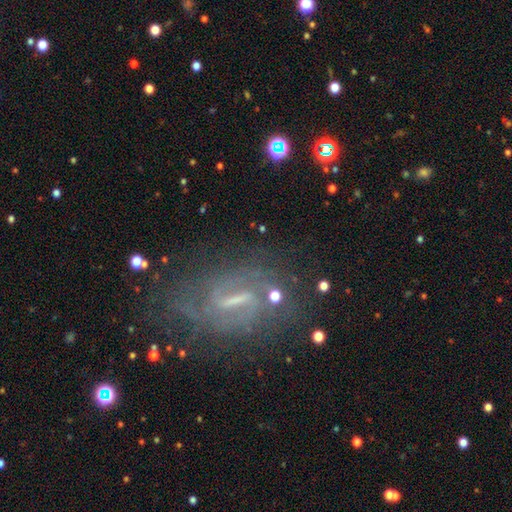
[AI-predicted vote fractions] Morphology: type=featured or disk (67%); edge-on=no (85%); bar=weak (43%); spiral arms=yes (78%); bulge=small (53%); merging=none (70%).